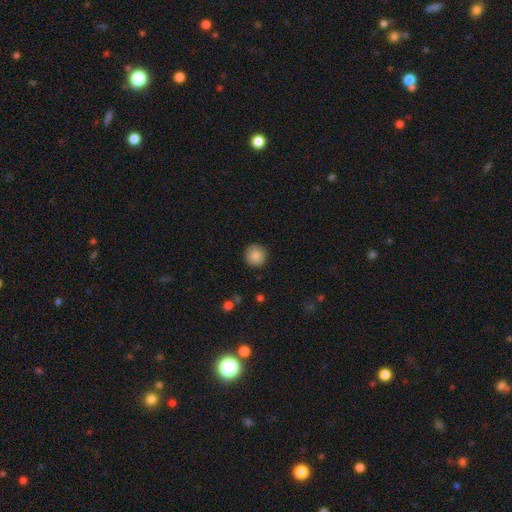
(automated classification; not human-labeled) Morphology: type=smooth (87%); roundness=round (94%); merging=none (90%).